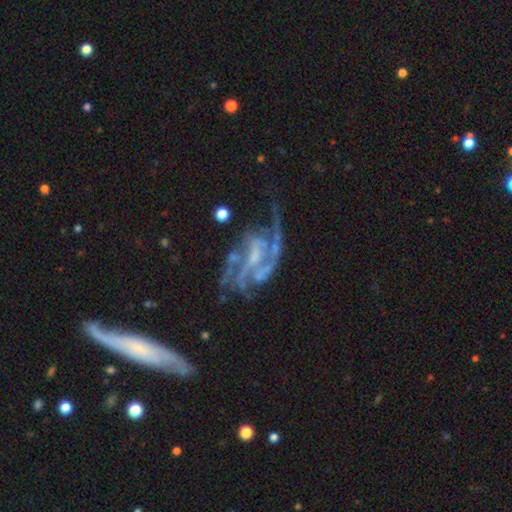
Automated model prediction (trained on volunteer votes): The model was most divided on "bulge size": small: 39%, none: 31%, moderate: 25%, large: 3%, dominant: 1%. Remaining: edge-on disk — no (97%); spiral arms — yes (92%); smooth or featured — featured or disk (87%); spiral winding — medium (47%); bar — weak (43%); merging — none (41%); spiral arm count — 2 (38%).